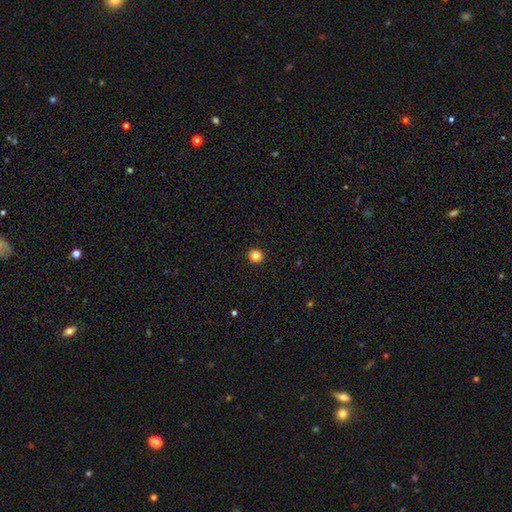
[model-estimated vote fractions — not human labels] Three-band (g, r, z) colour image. It shows a smooth galaxy with no disk features (83%) that is round (92%). Merging: none (93%).